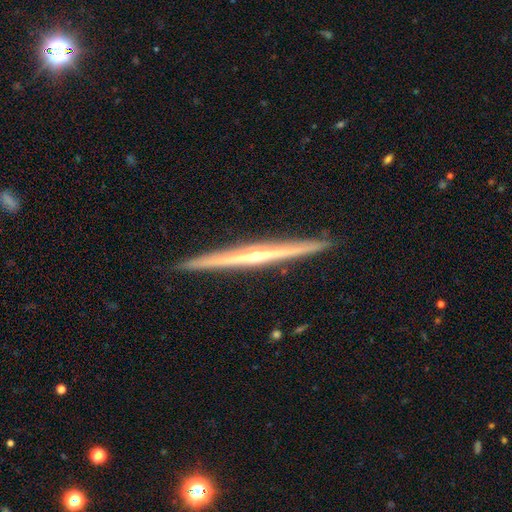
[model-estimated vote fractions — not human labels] Smooth or featured: featured or disk — 84% (smooth — 11%)
Edge-on disk: yes — 98% (no — 2%)
Edge-on bulge: rounded — 77% (none — 20%)
Merging: none — 93% (minor disturbance — 5%)